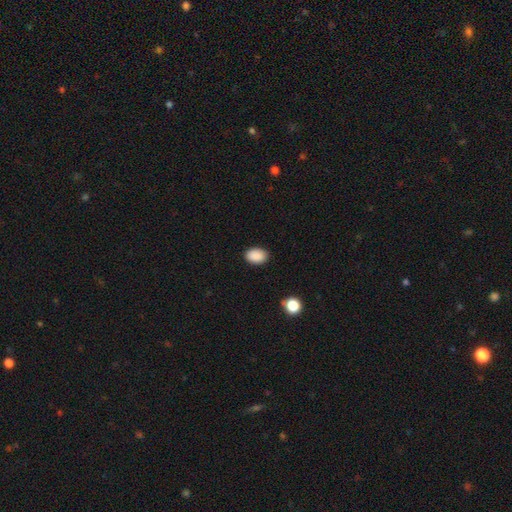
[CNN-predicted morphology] The model was most divided on "how rounded": in between: 84%, round: 15%, cigar-shaped: 1%. More confident: smooth or featured — smooth (89%); merging — none (88%).